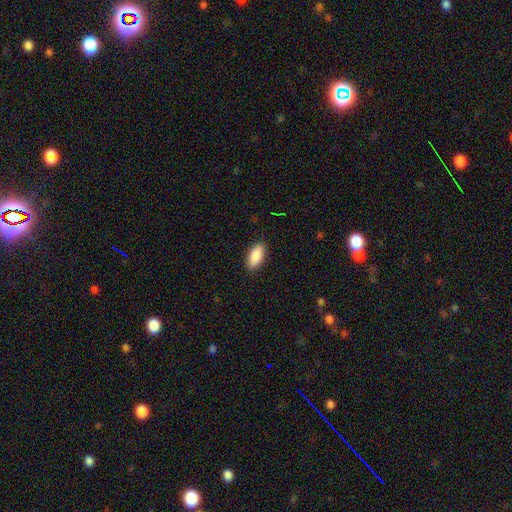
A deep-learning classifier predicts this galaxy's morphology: A smooth galaxy with no disk features (90%) that is in between round and cigar-shaped (92%).

Vote fractions:
- Smooth or featured? smooth: 90% / star or artifact: 6% / featured or disk: 4%
- How rounded? in between: 92% / cigar-shaped: 6% / round: 2%
- Merging? none: 90% / minor disturbance: 8% / major disturbance: 2% / merger: 1%